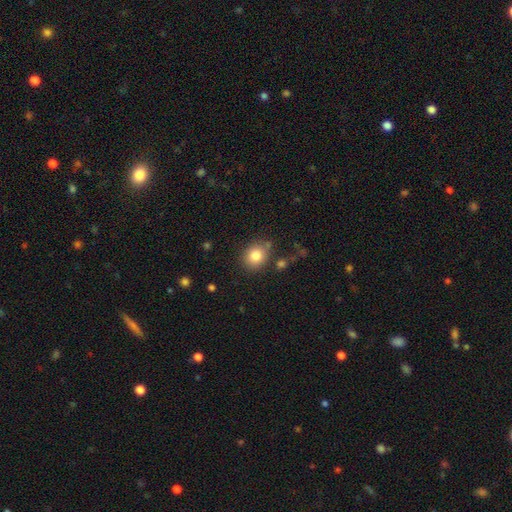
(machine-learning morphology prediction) A smooth galaxy with no disk features (83%) that is round (70%). Merging: none (79%).